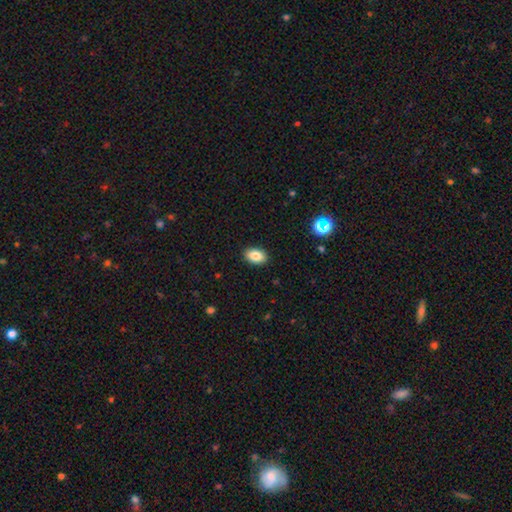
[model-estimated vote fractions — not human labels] This appears to be a smooth galaxy with no disk features (85%) that is in between round and cigar-shaped (88%). Merging: none (90%).